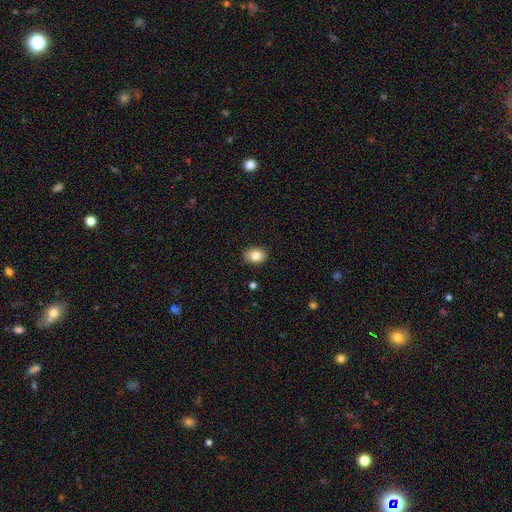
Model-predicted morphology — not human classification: A smooth galaxy with no disk features (85%) that is in between round and cigar-shaped (74%).

Vote fractions:
- Smooth or featured? smooth: 85% / star or artifact: 8% / featured or disk: 7%
- How rounded? in between: 74% / round: 25% / cigar-shaped: 1%
- Merging? none: 89% / minor disturbance: 8% / major disturbance: 2% / merger: 1%